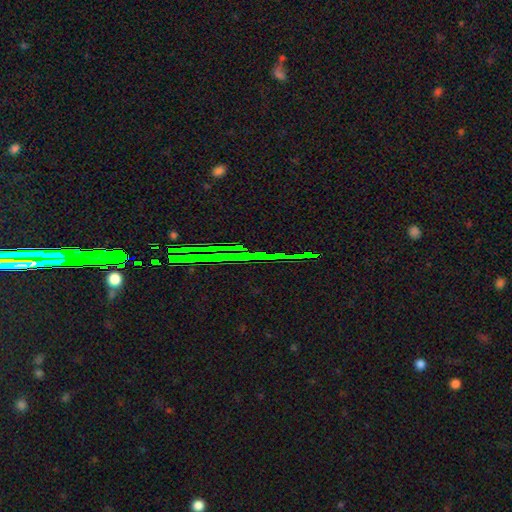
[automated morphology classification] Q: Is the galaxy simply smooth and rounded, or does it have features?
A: star or artifact — 81%.